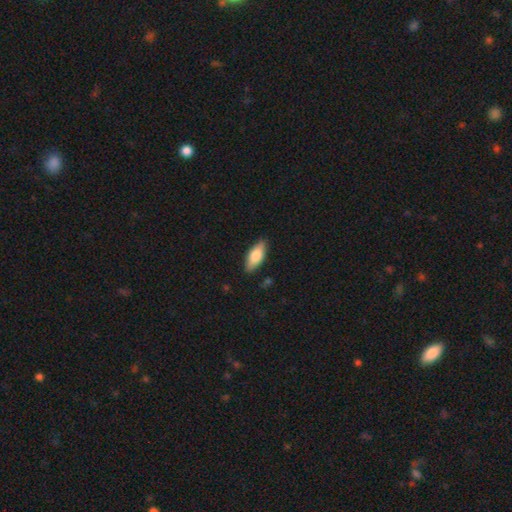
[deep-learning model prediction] Smooth or featured? smooth (75%)
How rounded? in between (79%)
Merging? none (86%)